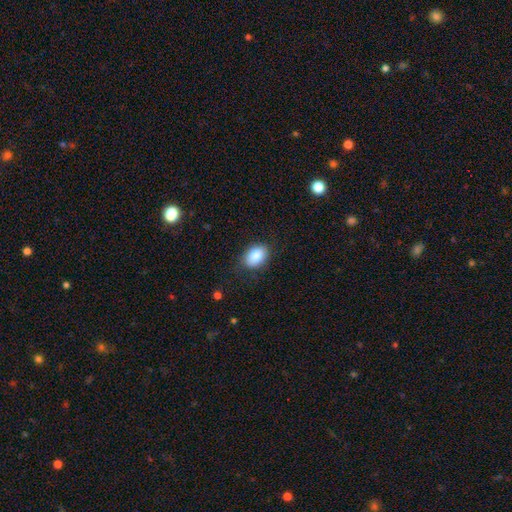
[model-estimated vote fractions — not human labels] Smooth or featured?
  - smooth: 85% *
  - star or artifact: 8%
  - featured or disk: 7%
How rounded?
  - in between: 76% *
  - round: 23%
  - cigar-shaped: 1%
Merging?
  - none: 84% *
  - minor disturbance: 12%
  - major disturbance: 3%
  - merger: 1%